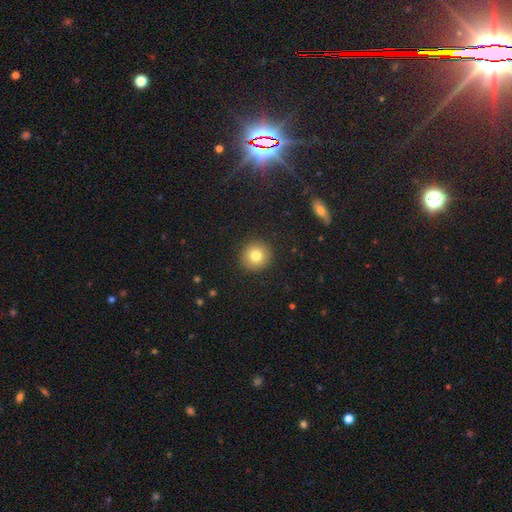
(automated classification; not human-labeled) Smooth or featured? smooth (80%)
How rounded? round (94%)
Merging? none (92%)